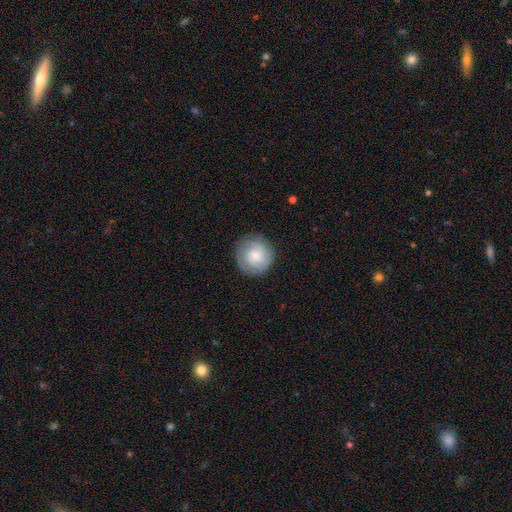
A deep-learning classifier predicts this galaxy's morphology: This is possibly a smooth galaxy (53%). How rounded: clearly round (93%). Merging: clearly none (85%).